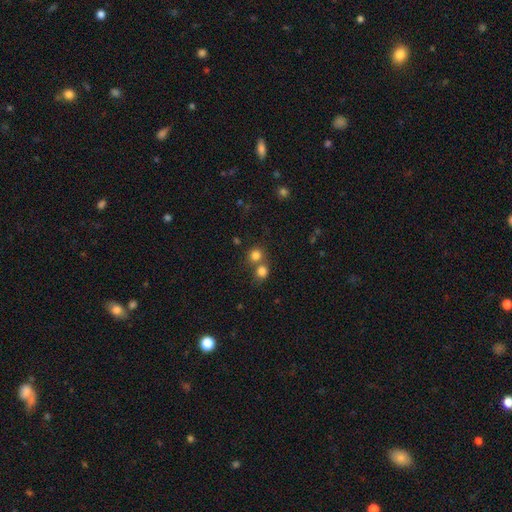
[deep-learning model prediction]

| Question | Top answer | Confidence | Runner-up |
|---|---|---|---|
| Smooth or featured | smooth | 80% | star or artifact (14%) |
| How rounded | round | 86% | in between (13%) |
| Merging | none | 52% | merger (39%) |